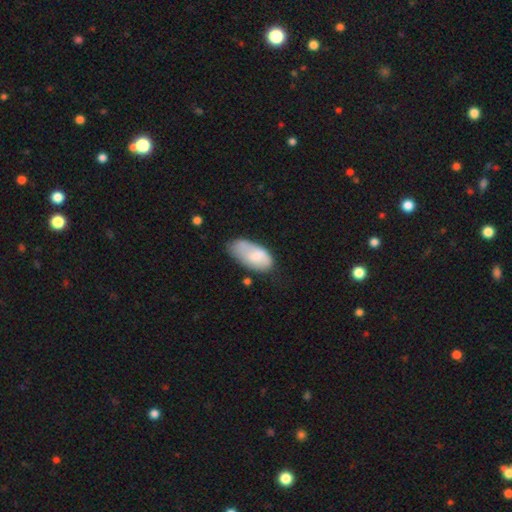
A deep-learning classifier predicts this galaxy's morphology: A smooth galaxy with no disk features (74%) that is in between round and cigar-shaped (94%).

Vote fractions:
- Smooth or featured? smooth: 74% / featured or disk: 19% / star or artifact: 7%
- How rounded? in between: 94% / cigar-shaped: 4% / round: 3%
- Merging? none: 44% / minor disturbance: 36% / major disturbance: 14% / merger: 6%